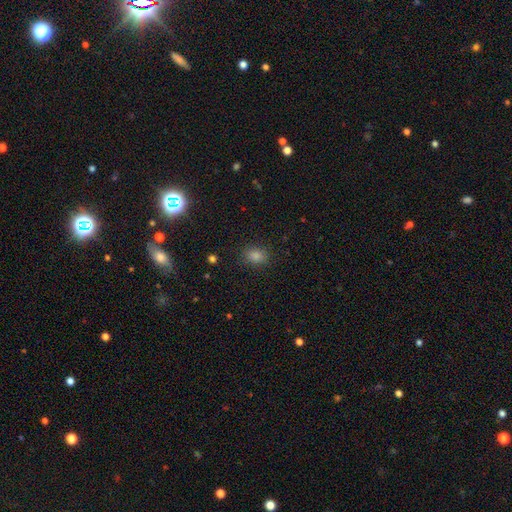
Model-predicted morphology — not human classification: smooth 75%, star or artifact 19%, featured or disk 6%. Down the decision tree: how rounded — in between (55%); merging — none (87%).